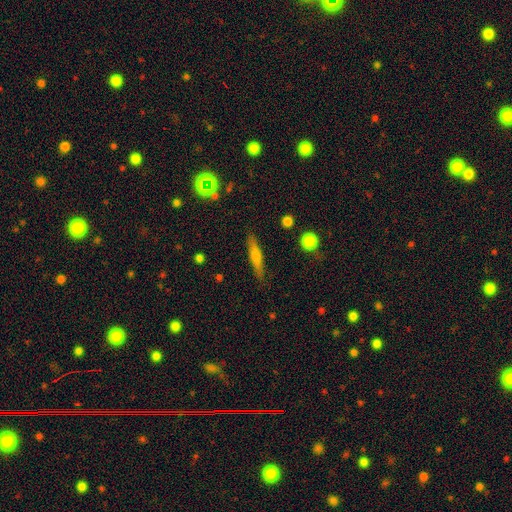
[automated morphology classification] Smooth or featured?
  - smooth: 51% *
  - featured or disk: 42%
  - star or artifact: 7%
How rounded?
  - cigar-shaped: 88% *
  - in between: 10%
  - round: 3%
Merging?
  - none: 87% *
  - minor disturbance: 9%
  - major disturbance: 2%
  - merger: 2%